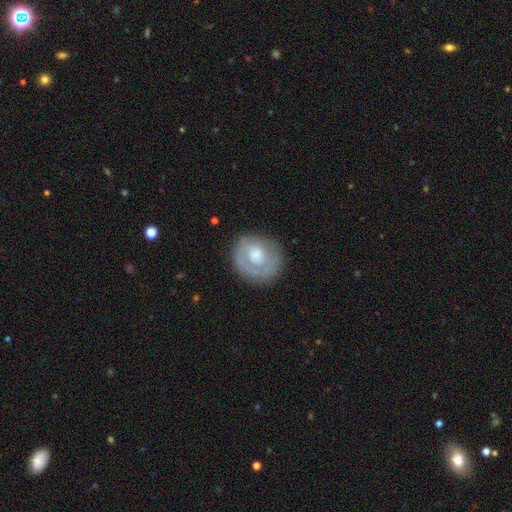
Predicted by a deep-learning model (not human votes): Smooth or featured?
  - featured or disk: 52% *
  - smooth: 42%
  - star or artifact: 6%
Edge-on disk?
  - no: 97% *
  - yes: 3%
Bar?
  - no: 78% *
  - weak: 18%
  - strong: 4%
Spiral arms?
  - yes: 54% *
  - no: 46%
Bulge size?
  - moderate: 44% *
  - large: 25%
  - small: 19%
  - none: 9%
  - dominant: 3%
Merging?
  - none: 73% *
  - minor disturbance: 16%
  - major disturbance: 9%
  - merger: 2%